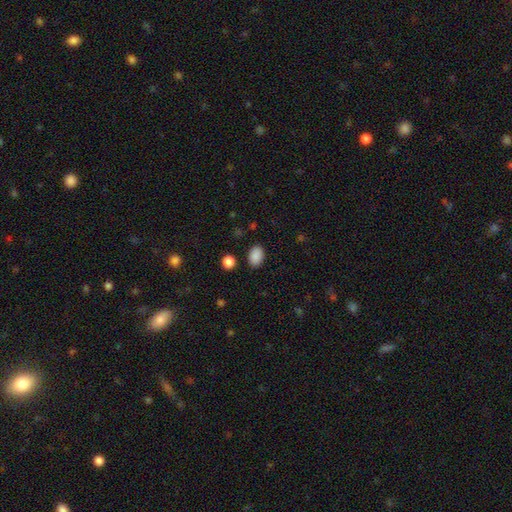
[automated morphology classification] Q: Smooth or featured?
A: smooth (88%); runner-up: star or artifact (9%)
Q: How rounded?
A: in between (84%); runner-up: round (15%)
Q: Merging?
A: none (87%); runner-up: minor disturbance (9%)